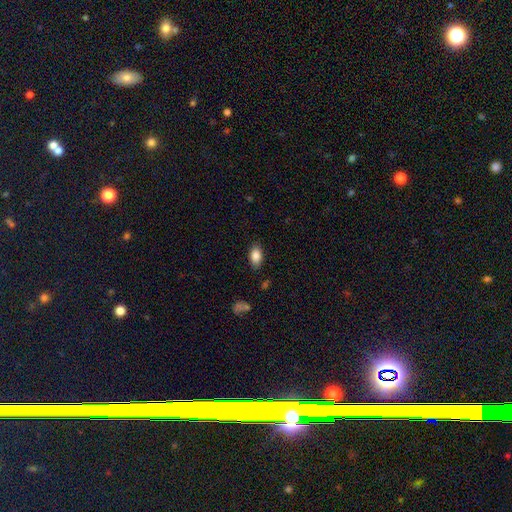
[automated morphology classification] Smooth or featured?
  - smooth: 86% *
  - star or artifact: 8%
  - featured or disk: 6%
How rounded?
  - in between: 91% *
  - round: 7%
  - cigar-shaped: 3%
Merging?
  - none: 85% *
  - minor disturbance: 11%
  - major disturbance: 3%
  - merger: 1%